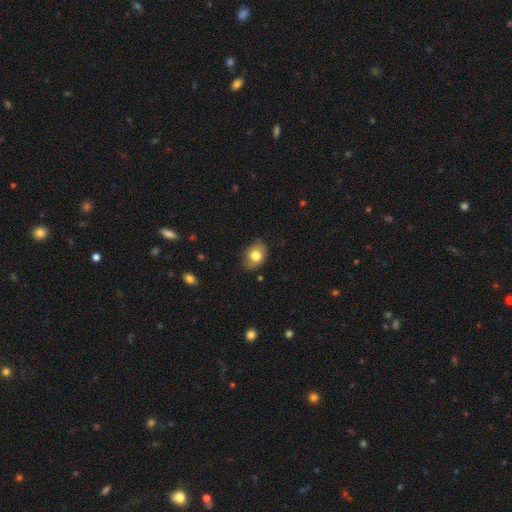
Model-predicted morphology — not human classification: Smooth or featured? smooth (79%)
How rounded? in between (69%)
Merging? none (77%)